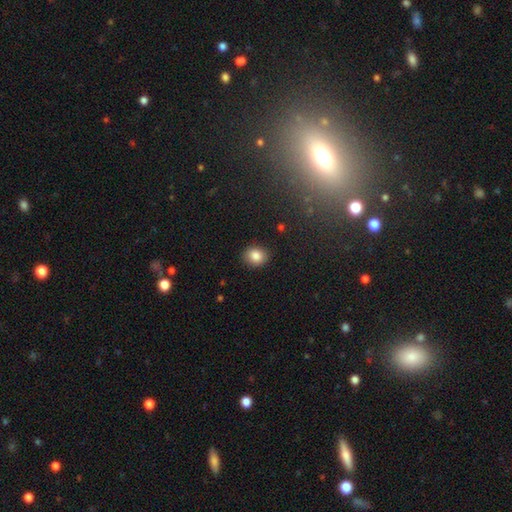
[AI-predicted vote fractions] A smooth galaxy with no disk features (85%) that is round (65%). Merging: none (89%).